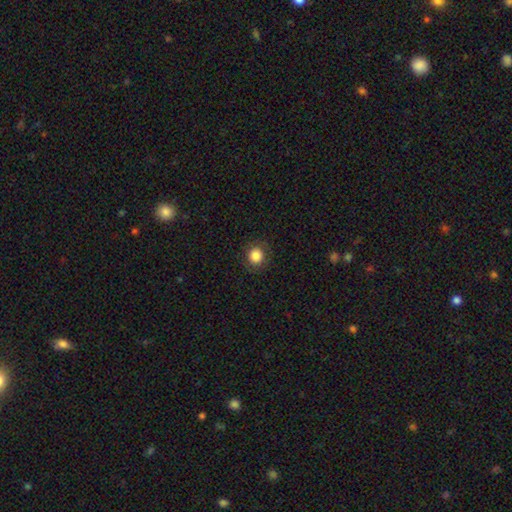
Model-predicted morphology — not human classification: smooth-or-featured: smooth: 83% | star or artifact: 10% | featured or disk: 7%
  how-rounded: round: 91% | in between: 9% | cigar-shaped: 1%
  merging: none: 88% | minor disturbance: 8% | major disturbance: 3% | merger: 1%